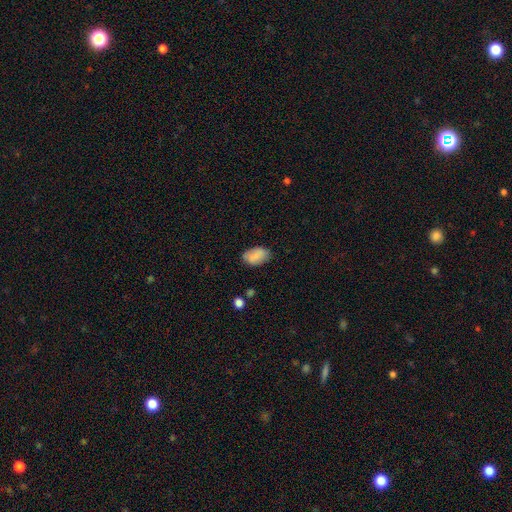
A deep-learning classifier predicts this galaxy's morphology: The model was most divided on "merging": none: 76%, minor disturbance: 18%, major disturbance: 4%, merger: 2%. More confident: how rounded — in between (91%); smooth or featured — smooth (86%).